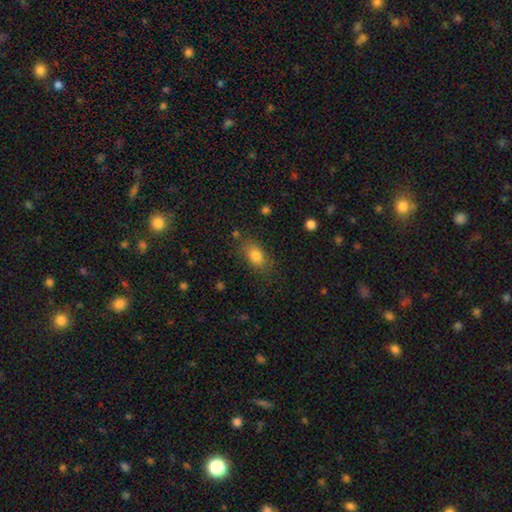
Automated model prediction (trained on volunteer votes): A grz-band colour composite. It shows a smooth galaxy with no disk features (80%) that is in between round and cigar-shaped (82%). Merging: none (77%).